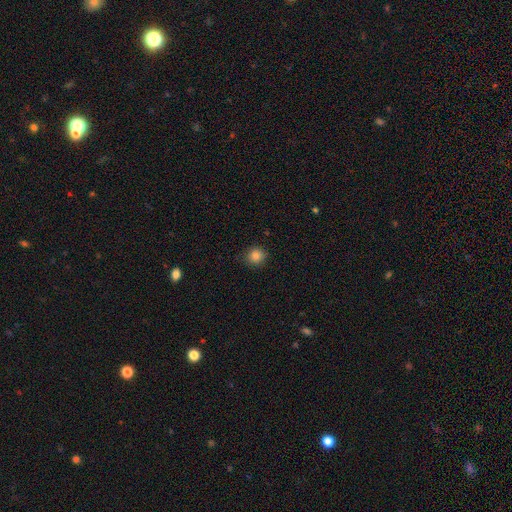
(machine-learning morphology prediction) This appears to be a smooth galaxy with no disk features (84%) that is round (88%). Merging: none (88%).